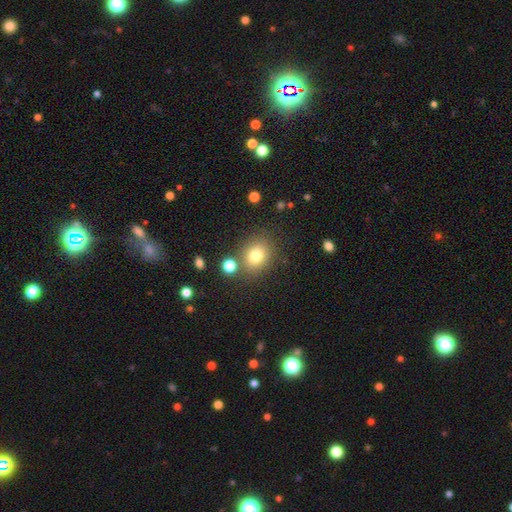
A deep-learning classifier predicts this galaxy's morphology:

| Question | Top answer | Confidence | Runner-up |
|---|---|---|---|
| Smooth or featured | smooth | 78% | star or artifact (13%) |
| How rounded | round | 63% | in between (36%) |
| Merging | none | 77% | minor disturbance (11%) |